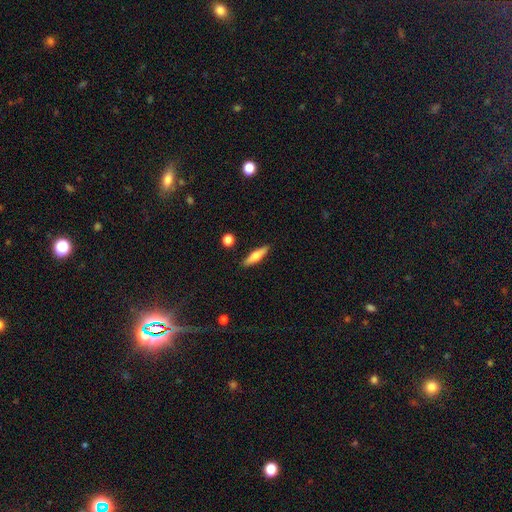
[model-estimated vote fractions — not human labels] Smooth or featured?
  - smooth: 57% *
  - featured or disk: 37%
  - star or artifact: 6%
How rounded?
  - cigar-shaped: 71% *
  - in between: 27%
  - round: 2%
Merging?
  - none: 88% *
  - minor disturbance: 8%
  - merger: 2%
  - major disturbance: 2%